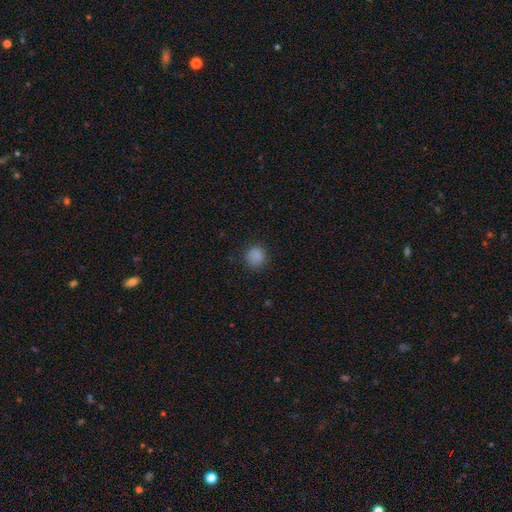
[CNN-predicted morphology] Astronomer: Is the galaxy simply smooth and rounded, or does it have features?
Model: smooth — 84%.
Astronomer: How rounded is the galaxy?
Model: round — 88%.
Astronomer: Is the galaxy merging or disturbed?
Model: none — 85%.